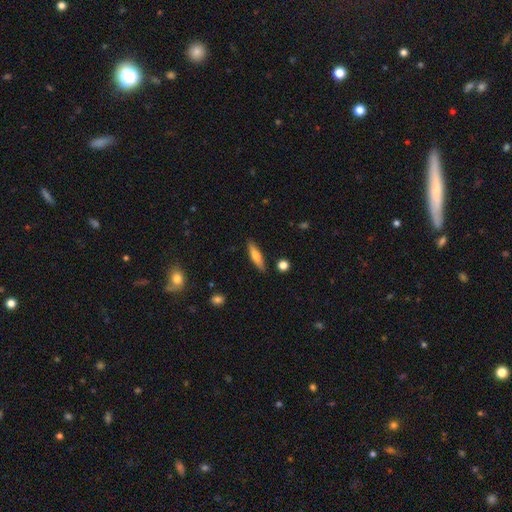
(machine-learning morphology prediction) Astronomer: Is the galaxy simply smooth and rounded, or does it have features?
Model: smooth — 64%.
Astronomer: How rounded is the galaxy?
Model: cigar-shaped — 72%.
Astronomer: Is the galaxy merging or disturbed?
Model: none — 88%.